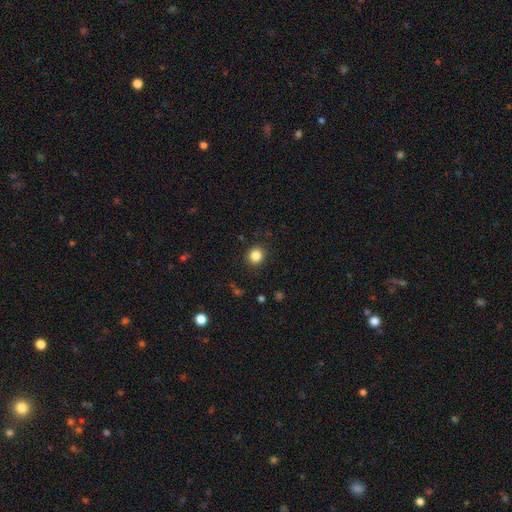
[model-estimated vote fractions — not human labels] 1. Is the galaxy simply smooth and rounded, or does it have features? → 84% smooth, 11% star or artifact, 5% featured or disk.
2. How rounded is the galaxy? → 86% round, 13% in between, 1% cigar-shaped.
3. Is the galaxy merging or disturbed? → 90% none, 7% minor disturbance, 2% major disturbance, 1% merger.